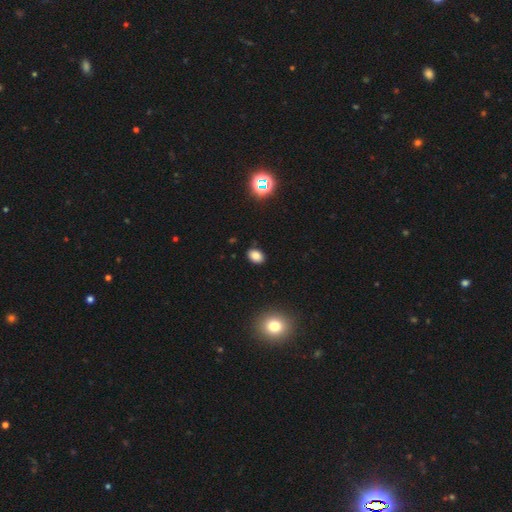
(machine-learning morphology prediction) The model was most divided on "how rounded": in between: 79%, round: 20%, cigar-shaped: 1%. More confident: merging — none (87%); smooth or featured — smooth (82%).